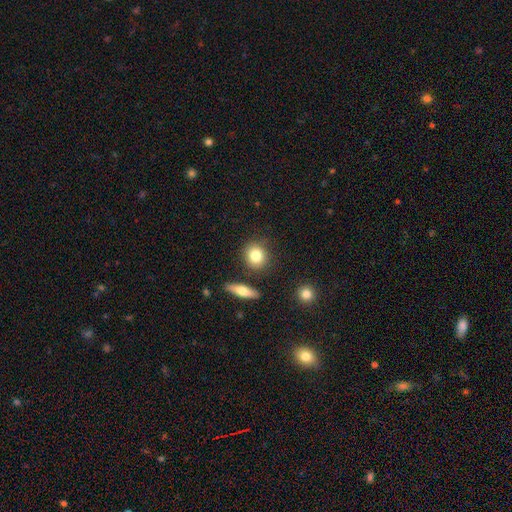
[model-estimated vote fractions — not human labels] Morphology: type=smooth (80%); roundness=round (79%); merging=none (82%).